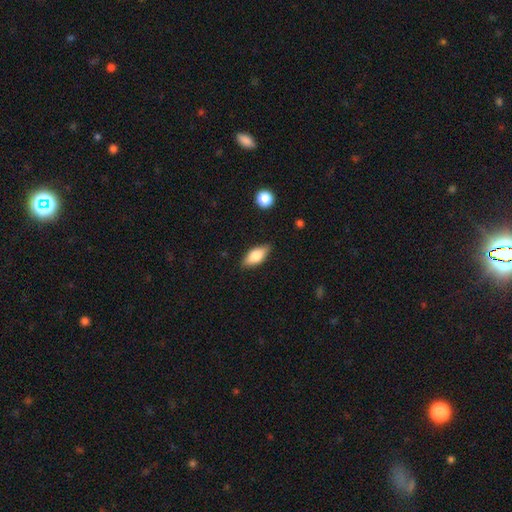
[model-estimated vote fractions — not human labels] The model was most divided on "smooth or featured": smooth: 68%, featured or disk: 25%, star or artifact: 7%. More confident: merging — none (83%); how rounded — in between (82%).